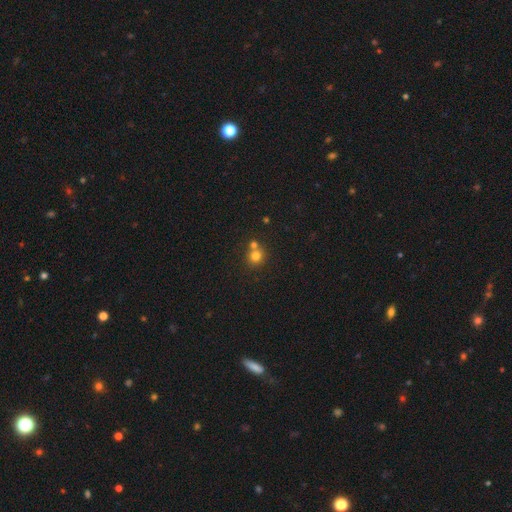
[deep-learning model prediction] Smooth or featured: smooth — 78% (star or artifact — 13%)
How rounded: round — 86% (in between — 13%)
Merging: none — 54% (merger — 37%)